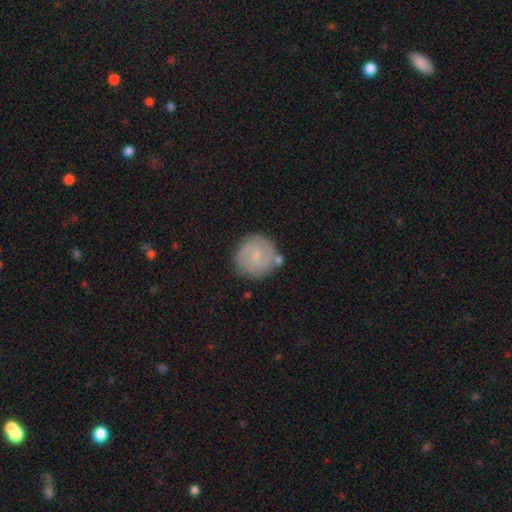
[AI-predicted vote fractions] smooth-or-featured: featured or disk: 64% | smooth: 30% | star or artifact: 6%
  disk-edge-on: no: 98% | yes: 2%
    bar: weak: 57% | no: 34% | strong: 9%
    has-spiral-arms: yes: 90% | no: 10%
      spiral-winding: tight: 49% | medium: 39% | loose: 12%
      spiral-arm-count: 2: 71% | can't tell: 15% | 3: 7% | 1: 3% | 4: 2% | more than 4: 2%
    bulge-size: small: 64% | moderate: 19% | none: 14% | large: 1% | dominant: 1%
  merging: none: 77% | minor disturbance: 13% | merger: 6% | major disturbance: 4%